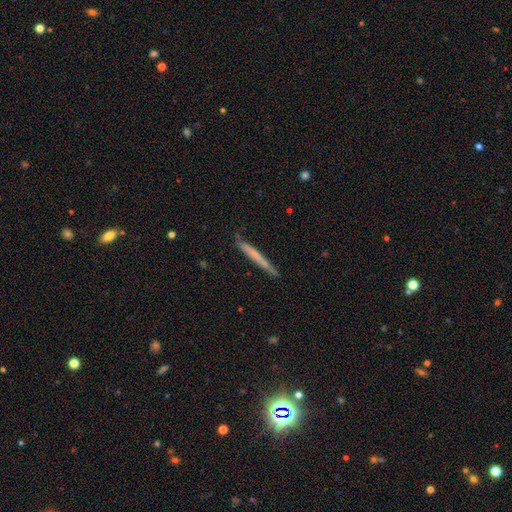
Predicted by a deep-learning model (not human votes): smooth_or_featured: smooth (p=0.56) [alt: featured or disk p=0.38]
how_rounded: cigar-shaped (p=0.97) [alt: in between p=0.02]
merging: none (p=0.83) [alt: minor disturbance p=0.14]